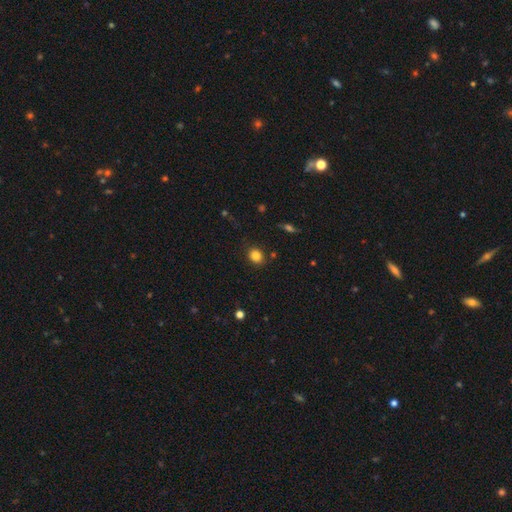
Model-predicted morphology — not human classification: The model was most divided on "how rounded": round: 64%, in between: 35%, cigar-shaped: 1%. More confident: merging — none (84%); smooth or featured — smooth (84%).